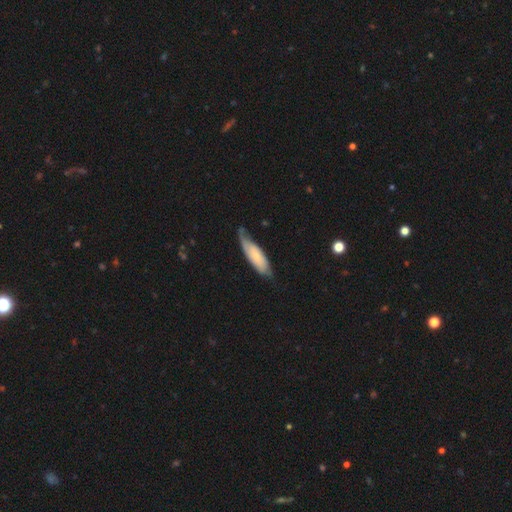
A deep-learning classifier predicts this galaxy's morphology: Smooth or featured? Predicted: smooth (p=0.58). How rounded? Predicted: in between (p=0.52). Merging? Predicted: none (p=0.54).